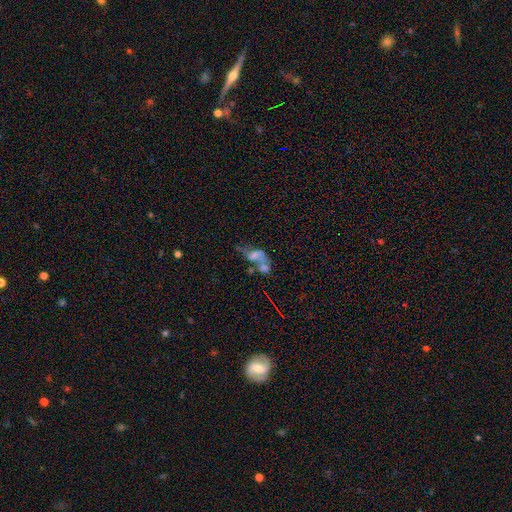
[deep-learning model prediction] smooth-or-featured: smooth: 43% (tied) | featured or disk: 43% (tied) | star or artifact: 14%
  merging: merger: 56% | major disturbance: 19% | none: 15% | minor disturbance: 10%